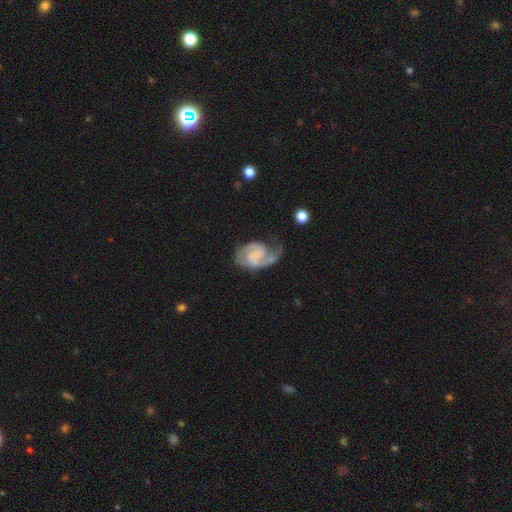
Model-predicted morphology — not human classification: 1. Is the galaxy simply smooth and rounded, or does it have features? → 79% featured or disk, 15% smooth, 6% star or artifact.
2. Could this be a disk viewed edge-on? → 98% no, 2% yes.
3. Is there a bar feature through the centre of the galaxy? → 44% weak, 42% no, 14% strong.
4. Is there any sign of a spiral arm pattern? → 94% yes, 6% no.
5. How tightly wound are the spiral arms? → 48% medium, 27% tight, 26% loose.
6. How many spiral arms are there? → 73% 2, 17% 1, 6% can't tell, 2% 3, 1% 4, 1% more than 4.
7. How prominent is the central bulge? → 54% none, 26% small, 13% moderate, 5% large, 2% dominant.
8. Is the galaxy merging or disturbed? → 47% none, 26% minor disturbance, 23% major disturbance, 3% merger.